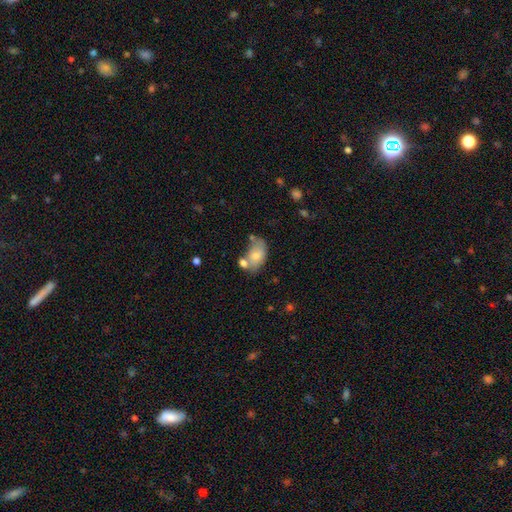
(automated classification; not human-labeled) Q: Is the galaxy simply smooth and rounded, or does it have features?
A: smooth — 70%.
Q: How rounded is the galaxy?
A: in between — 89%.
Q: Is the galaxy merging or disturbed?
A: none — 40%.